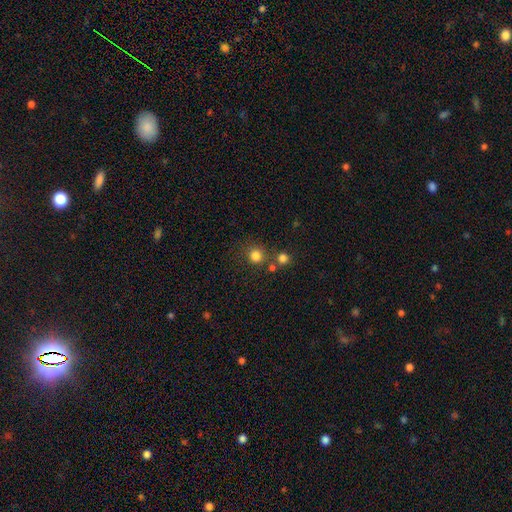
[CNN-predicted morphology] This appears to be a smooth galaxy with no disk features (80%) that is round (92%). Merging: none (74%).